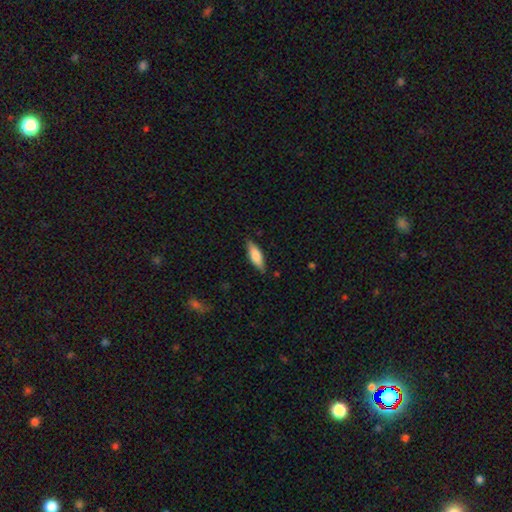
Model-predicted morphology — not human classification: type=smooth (74%); roundness=in between (58%); merging=none (83%).